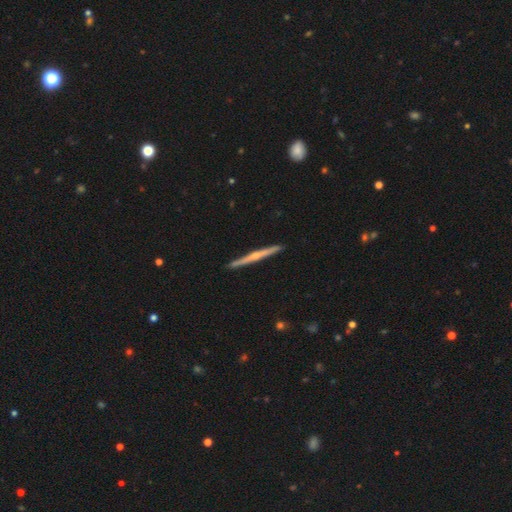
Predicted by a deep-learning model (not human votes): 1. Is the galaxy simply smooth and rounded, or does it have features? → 72% featured or disk, 23% smooth, 5% star or artifact.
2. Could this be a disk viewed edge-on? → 98% yes, 2% no.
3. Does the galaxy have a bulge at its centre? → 68% rounded, 26% none, 6% boxy.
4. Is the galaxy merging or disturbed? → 91% none, 6% minor disturbance, 1% merger, 1% major disturbance.